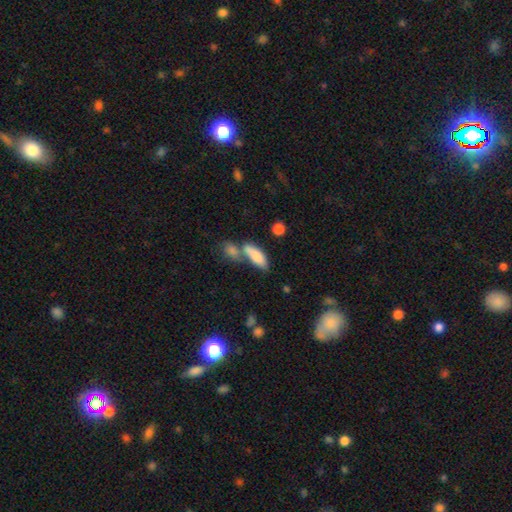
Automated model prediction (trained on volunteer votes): smooth 82%, featured or disk 11%, star or artifact 7%. Down the decision tree: how rounded — in between (67%); merging — none (41%, tied with merger).